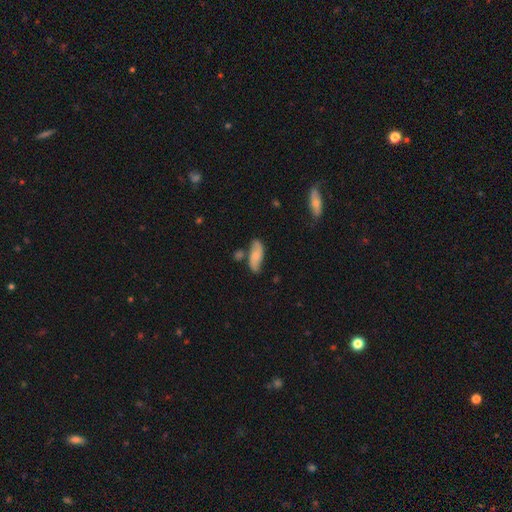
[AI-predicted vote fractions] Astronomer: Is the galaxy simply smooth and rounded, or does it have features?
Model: smooth — 59% (runner-up: featured or disk, 34%).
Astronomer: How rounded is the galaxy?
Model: in between — 76%.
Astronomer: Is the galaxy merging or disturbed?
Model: none — 64%.